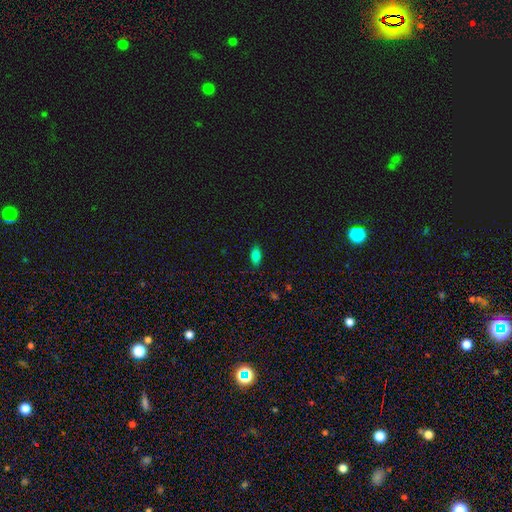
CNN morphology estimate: smooth-or-featured: smooth: 82% | star or artifact: 12% | featured or disk: 6%
  how-rounded: in between: 89% | cigar-shaped: 6% | round: 5%
  merging: none: 85% | minor disturbance: 11% | major disturbance: 3% | merger: 1%